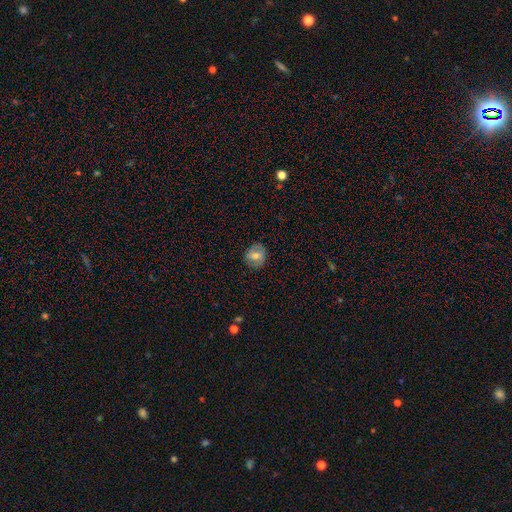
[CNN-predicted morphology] This is possibly a smooth galaxy (58%). How rounded: likely round (69%). Merging: clearly none (83%).